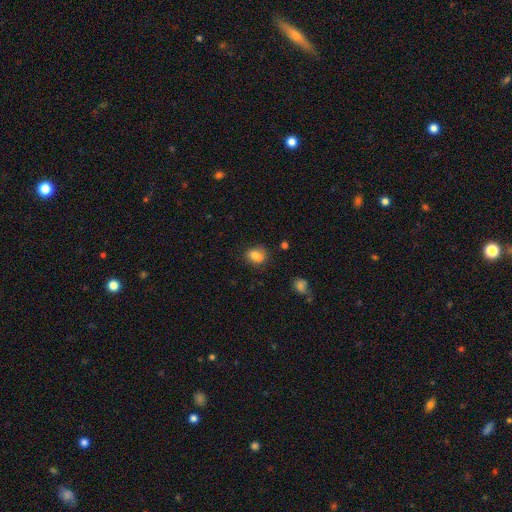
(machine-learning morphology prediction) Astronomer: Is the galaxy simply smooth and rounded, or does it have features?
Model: smooth — 80%.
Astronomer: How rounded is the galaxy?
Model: in between — 63%.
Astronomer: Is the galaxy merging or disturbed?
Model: none — 65%.